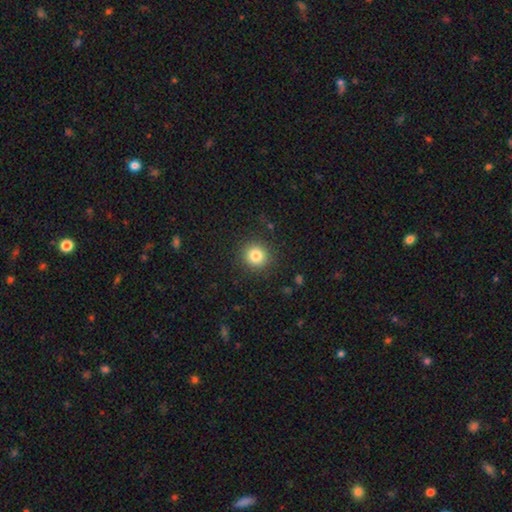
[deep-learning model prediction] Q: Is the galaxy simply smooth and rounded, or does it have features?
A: smooth — 83%.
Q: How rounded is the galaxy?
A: round — 91%.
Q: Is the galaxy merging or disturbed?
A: none — 89%.